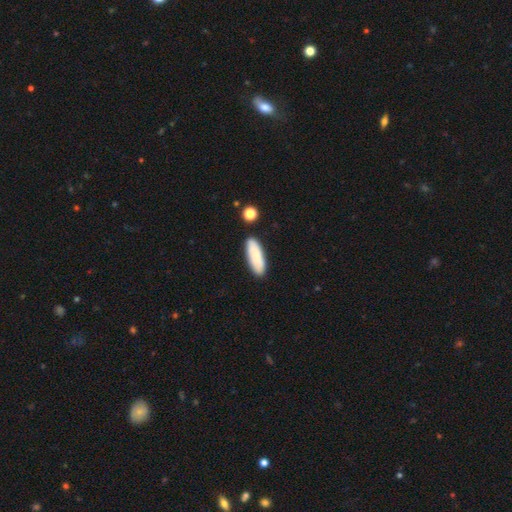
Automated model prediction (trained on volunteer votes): Smooth or featured: smooth — 83% (featured or disk — 11%)
How rounded: in between — 66% (cigar-shaped — 32%)
Merging: none — 83% (minor disturbance — 11%)